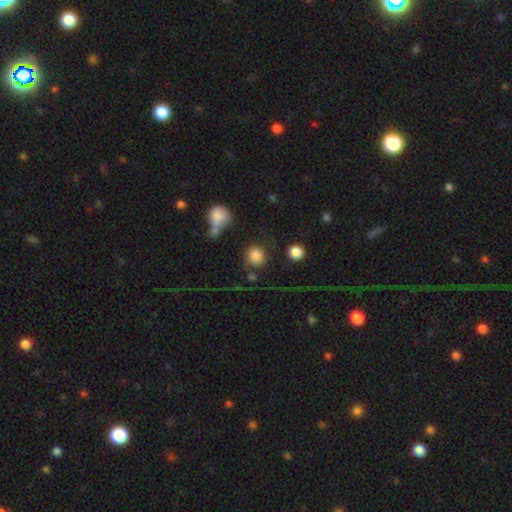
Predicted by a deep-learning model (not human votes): This appears to be a smooth galaxy with no disk features (83%) that is round (84%). Merging: none (74%).